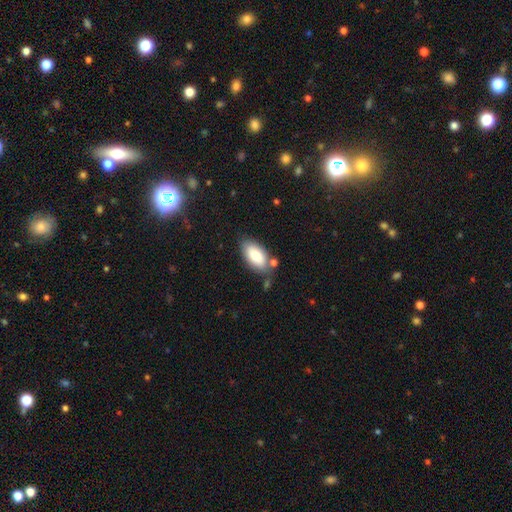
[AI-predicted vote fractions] smooth_or_featured: smooth (p=0.77) [alt: featured or disk p=0.16]
how_rounded: in between (p=0.93) [alt: cigar-shaped p=0.04]
merging: none (p=0.70) [alt: minor disturbance p=0.16]